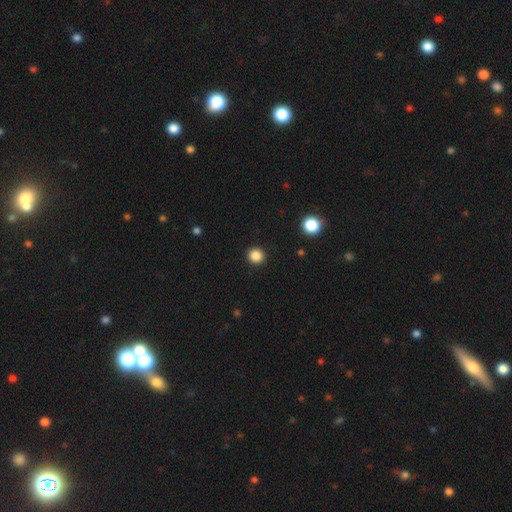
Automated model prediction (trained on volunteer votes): Smooth or featured: smooth — 86% (star or artifact — 12%)
How rounded: round — 93% (in between — 6%)
Merging: none — 93% (minor disturbance — 4%)